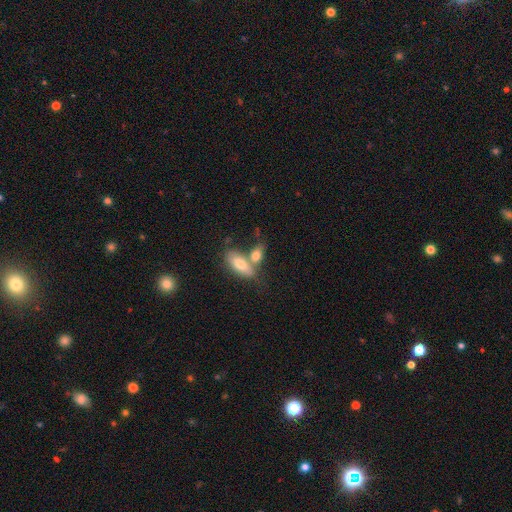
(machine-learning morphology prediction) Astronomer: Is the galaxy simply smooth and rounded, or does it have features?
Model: smooth — 75%.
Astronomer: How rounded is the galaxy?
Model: in between — 81%.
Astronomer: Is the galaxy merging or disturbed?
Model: merger — 50% (runner-up: none, 35%).